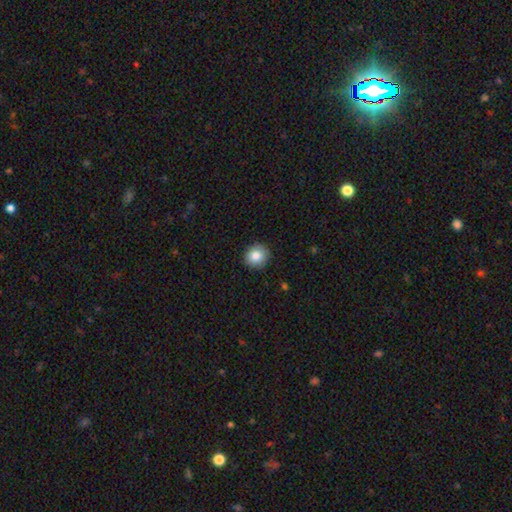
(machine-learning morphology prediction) Q: Smooth or featured?
A: smooth (85%); runner-up: star or artifact (9%)
Q: How rounded?
A: round (89%); runner-up: in between (10%)
Q: Merging?
A: none (90%); runner-up: minor disturbance (7%)